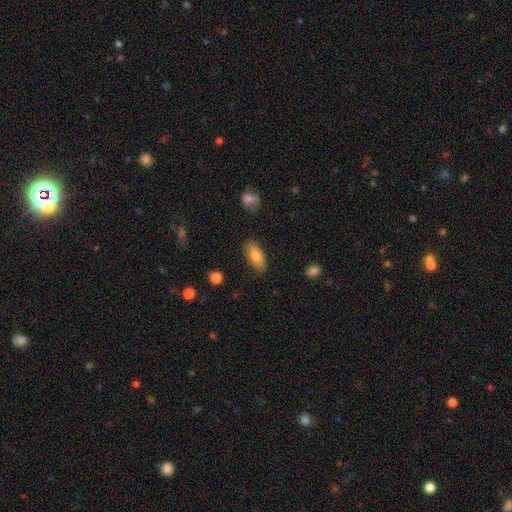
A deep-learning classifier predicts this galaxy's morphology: smooth_or_featured: smooth (p=0.78) [alt: featured or disk p=0.15]
how_rounded: in between (p=0.81) [alt: cigar-shaped p=0.17]
merging: none (p=0.85) [alt: minor disturbance p=0.11]